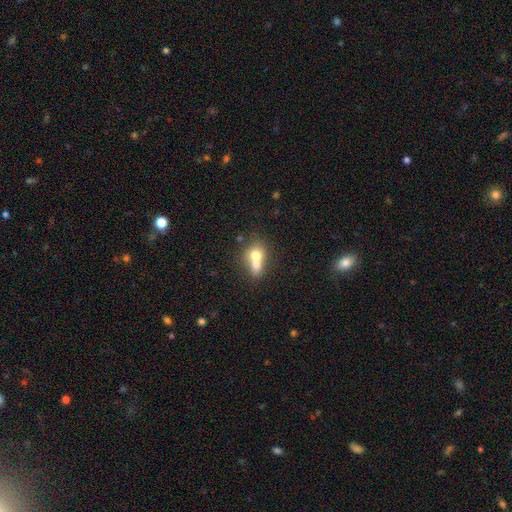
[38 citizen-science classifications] This appears to be a smooth galaxy with no disk features (82%) that is round (58%). Merging: merger (44%).